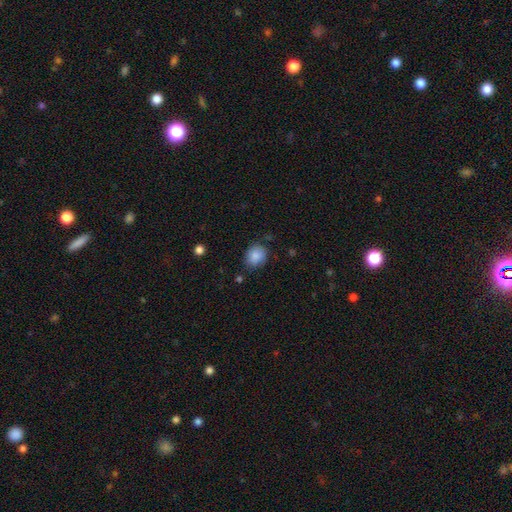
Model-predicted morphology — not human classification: Smooth or featured? Predicted: smooth (p=0.87). How rounded? Predicted: round (p=0.57). Merging? Predicted: none (p=0.75).